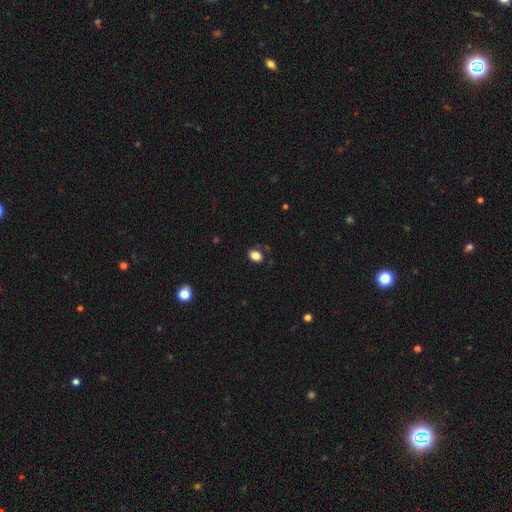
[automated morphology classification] Smooth or featured? smooth (83%)
How rounded? in between (71%)
Merging? none (78%)